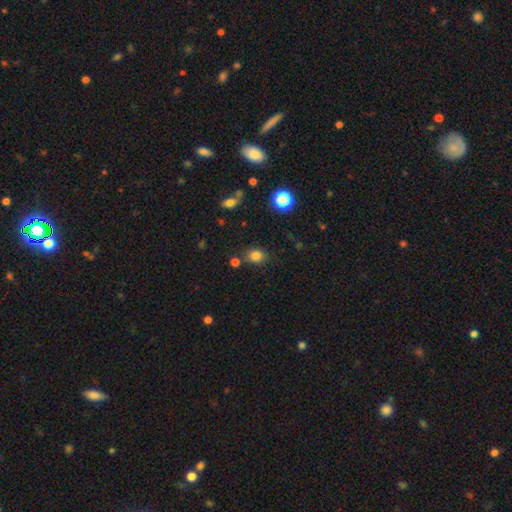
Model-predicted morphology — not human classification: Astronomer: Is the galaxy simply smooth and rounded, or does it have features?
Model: smooth — 80%.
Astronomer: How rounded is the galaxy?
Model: round — 56% (runner-up: in between, 43%).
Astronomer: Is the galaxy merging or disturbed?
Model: none — 77%.